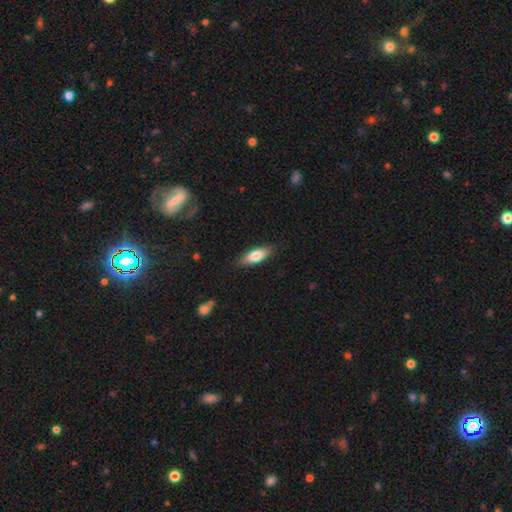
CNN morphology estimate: smooth-or-featured: smooth: 76% | featured or disk: 18% | star or artifact: 6%
  how-rounded: in between: 69% | cigar-shaped: 28% | round: 2%
  merging: none: 83% | minor disturbance: 13% | major disturbance: 2% | merger: 1%